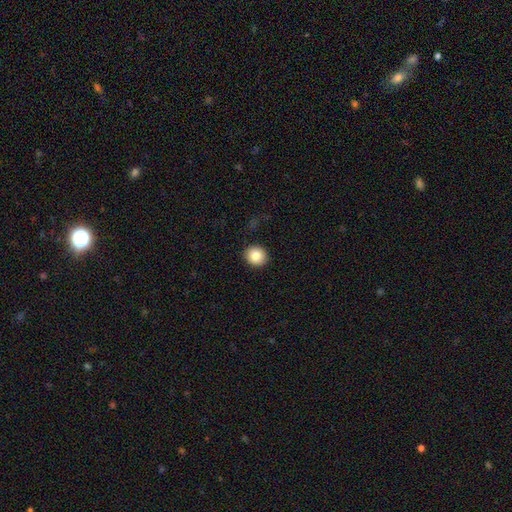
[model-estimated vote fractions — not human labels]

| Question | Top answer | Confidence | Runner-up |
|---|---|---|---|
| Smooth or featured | smooth | 85% | star or artifact (9%) |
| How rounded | round | 86% | in between (14%) |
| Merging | none | 91% | minor disturbance (6%) |